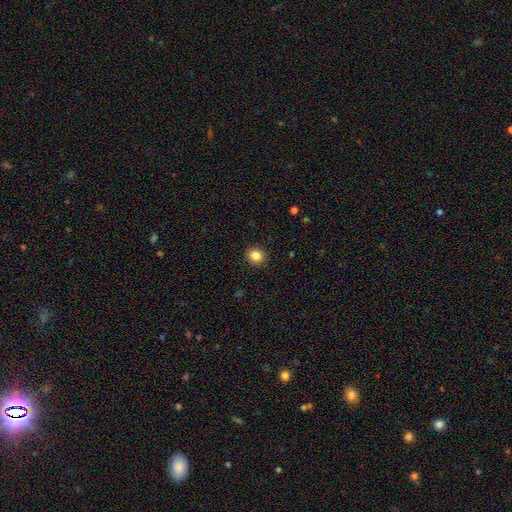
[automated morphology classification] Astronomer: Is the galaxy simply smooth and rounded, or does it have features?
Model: smooth — 85%.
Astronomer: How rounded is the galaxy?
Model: round — 82%.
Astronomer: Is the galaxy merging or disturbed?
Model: none — 91%.